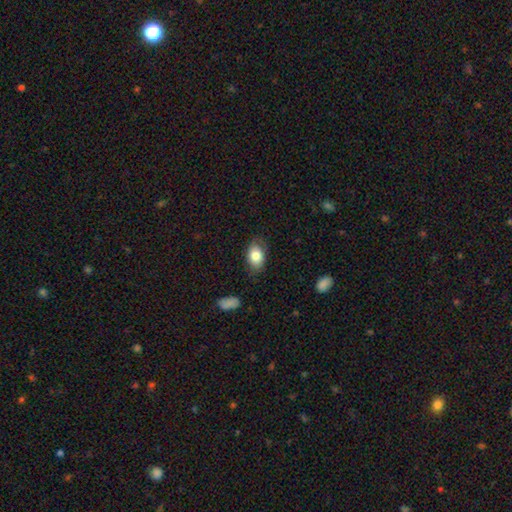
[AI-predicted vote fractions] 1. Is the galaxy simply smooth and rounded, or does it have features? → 81% smooth, 12% featured or disk, 7% star or artifact.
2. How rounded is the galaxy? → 86% in between, 12% round, 1% cigar-shaped.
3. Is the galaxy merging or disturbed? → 78% none, 17% minor disturbance, 4% major disturbance, 1% merger.